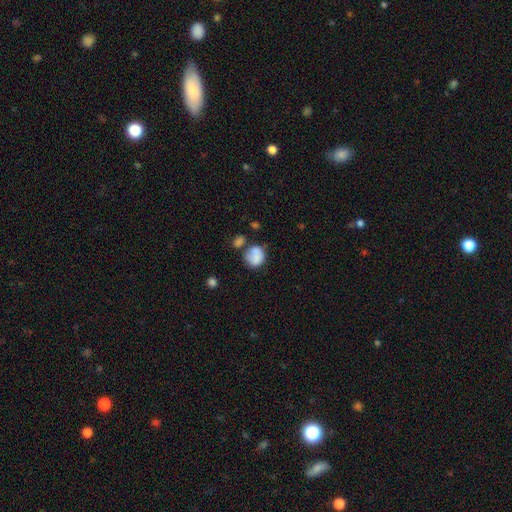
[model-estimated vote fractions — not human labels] Smooth or featured? smooth (80%)
How rounded? round (69%)
Merging? none (43%)